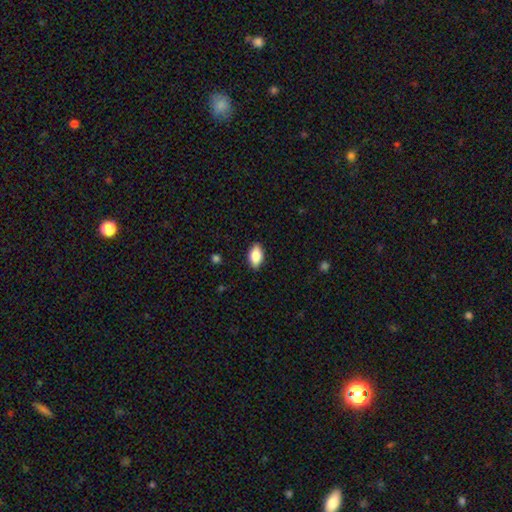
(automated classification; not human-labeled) Overall: smooth (79%). How rounded: in between (89%). Merging: none (87%).